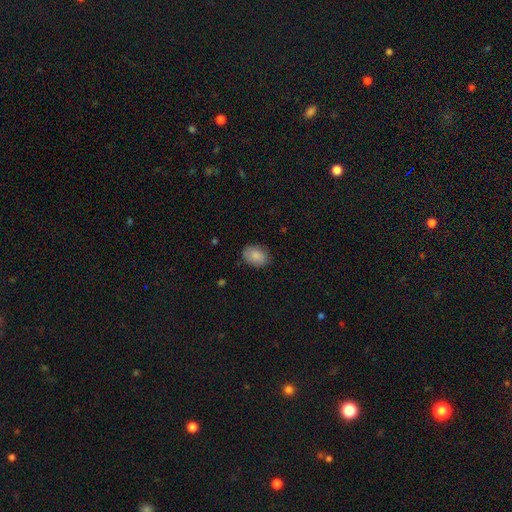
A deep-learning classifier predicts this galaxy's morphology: Q: Smooth or featured?
A: smooth (87%); runner-up: star or artifact (7%)
Q: How rounded?
A: in between (80%); runner-up: round (19%)
Q: Merging?
A: none (82%); runner-up: minor disturbance (14%)